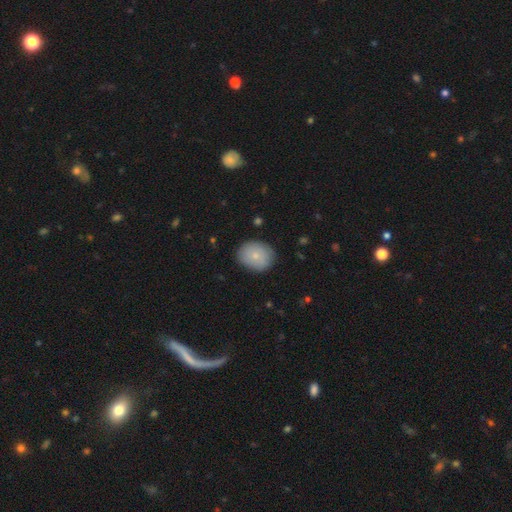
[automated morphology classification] smooth_or_featured: smooth (p=0.78) [alt: featured or disk p=0.15]
how_rounded: in between (p=0.50) [alt: round p=0.49]
merging: none (p=0.82) [alt: minor disturbance p=0.13]